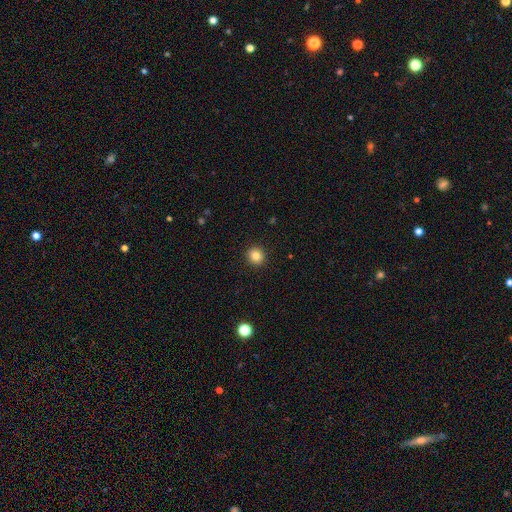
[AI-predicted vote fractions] This is clearly a smooth galaxy (84%). How rounded: clearly round (91%). Merging: clearly none (93%).